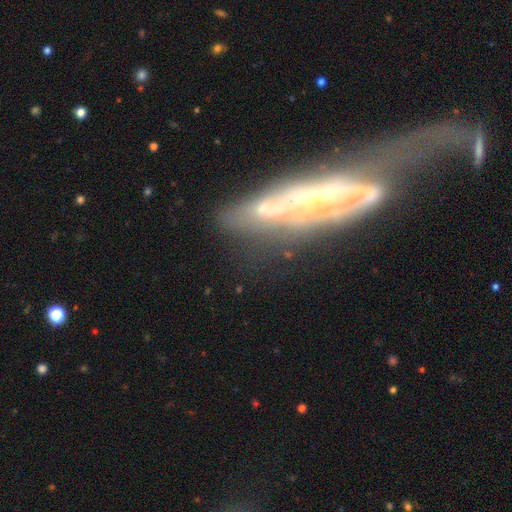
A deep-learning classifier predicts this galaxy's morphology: Q: Smooth or featured?
A: featured or disk (72%); runner-up: smooth (19%)
Q: Edge-on disk?
A: no (58%); runner-up: yes (42%)
Q: Merging?
A: none (44%); runner-up: minor disturbance (21%)